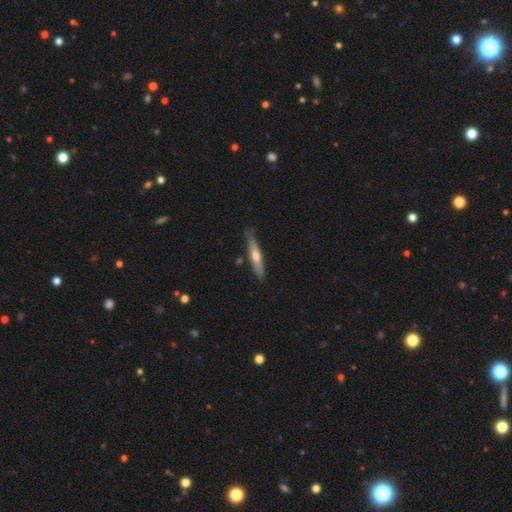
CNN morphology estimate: Smooth or featured: smooth — 49% (featured or disk — 46%)
Merging: none — 81% (minor disturbance — 15%)